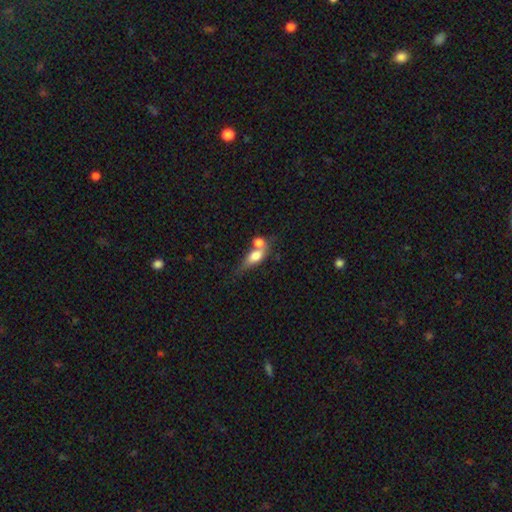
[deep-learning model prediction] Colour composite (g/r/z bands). It shows a smooth galaxy with no disk features (68%) that is in between round and cigar-shaped (69%). Merging: merger (55%).